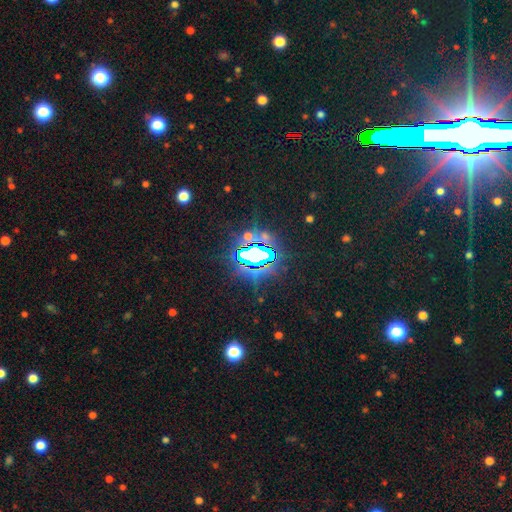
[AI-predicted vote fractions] This appears to be a star or artifact, not a galaxy (76%).